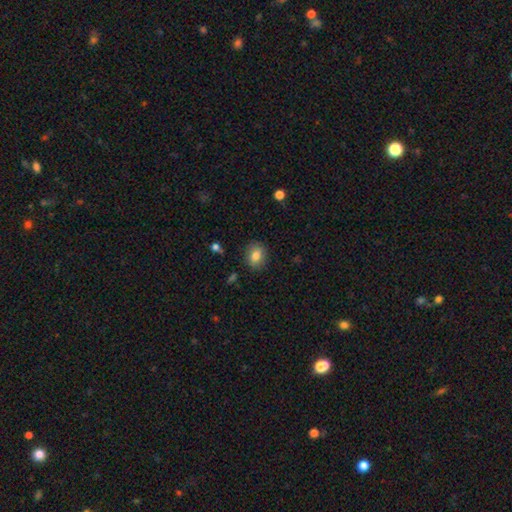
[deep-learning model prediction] The model was most divided on "how rounded": round: 50%, in between: 49%, cigar-shaped: 1%. More confident: merging — none (85%); smooth or featured — smooth (82%).